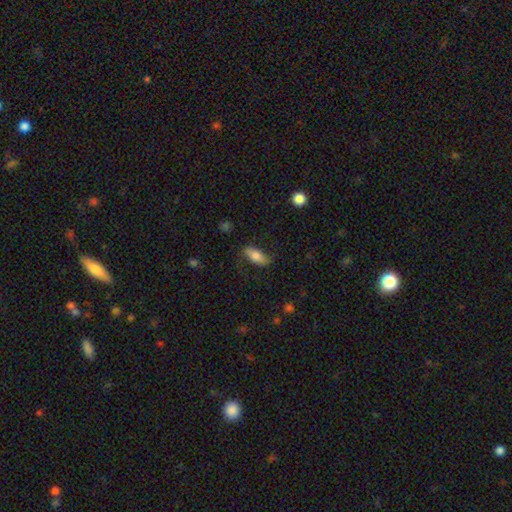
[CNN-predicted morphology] smooth-or-featured: smooth: 68% | featured or disk: 25% | star or artifact: 7%
  how-rounded: in between: 77% | cigar-shaped: 20% | round: 3%
  merging: none: 70% | minor disturbance: 20% | major disturbance: 8% | merger: 1%